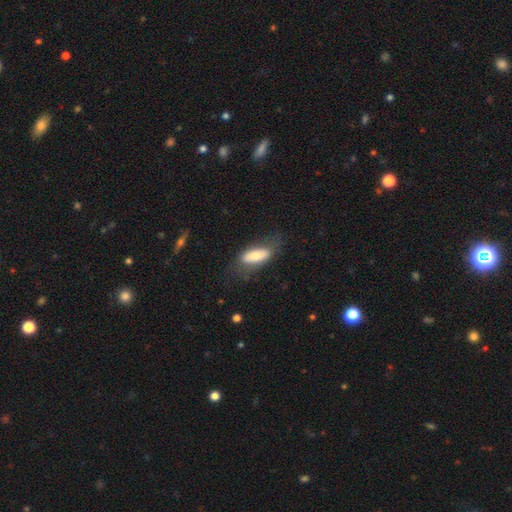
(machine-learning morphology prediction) type=smooth (66%); roundness=in between (72%); merging=none (62%).